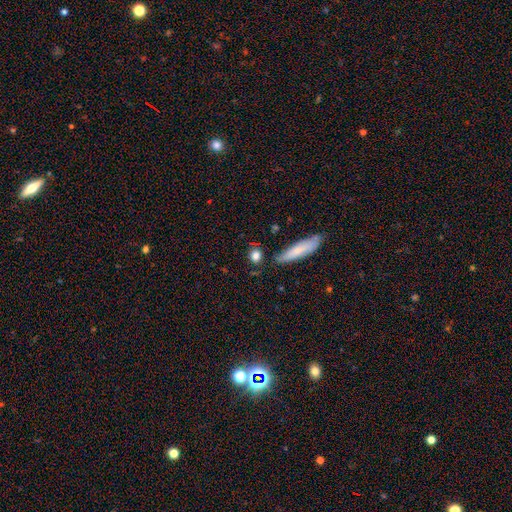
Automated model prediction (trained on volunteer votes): Morphology: type=smooth (81%); roundness=round (68%); merging=none (81%).